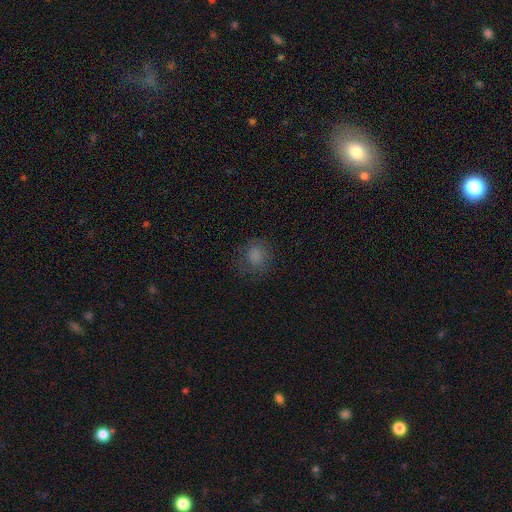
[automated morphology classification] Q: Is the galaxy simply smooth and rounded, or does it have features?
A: smooth — 79%.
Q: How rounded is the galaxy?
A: round — 77%.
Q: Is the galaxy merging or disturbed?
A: none — 73%.